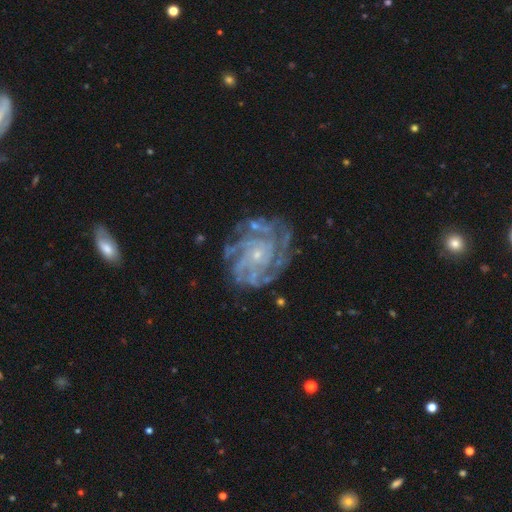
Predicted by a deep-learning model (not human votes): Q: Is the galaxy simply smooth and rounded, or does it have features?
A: featured or disk — 87%.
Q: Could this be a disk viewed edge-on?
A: no — 97%.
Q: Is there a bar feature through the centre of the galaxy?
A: no — 71%.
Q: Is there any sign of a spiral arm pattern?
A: yes — 98%.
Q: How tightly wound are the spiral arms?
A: tight — 72%.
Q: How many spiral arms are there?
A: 4 — 28%.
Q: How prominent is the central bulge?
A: small — 80%.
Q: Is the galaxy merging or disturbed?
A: none — 76%.